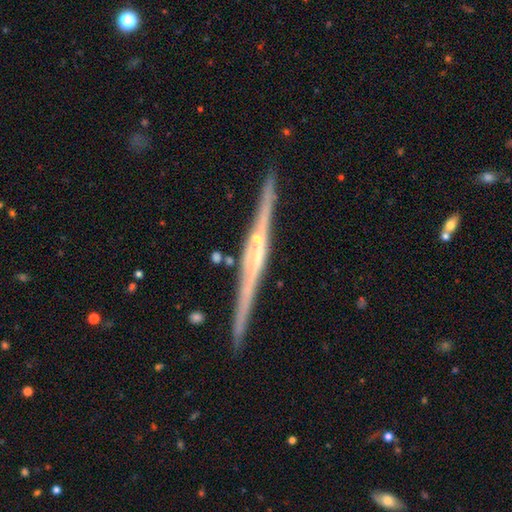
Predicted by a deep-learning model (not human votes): Smooth or featured: featured or disk — 82% (smooth — 12%)
Edge-on disk: yes — 98% (no — 2%)
Edge-on bulge: rounded — 51% (none — 36%)
Merging: none — 88% (minor disturbance — 8%)